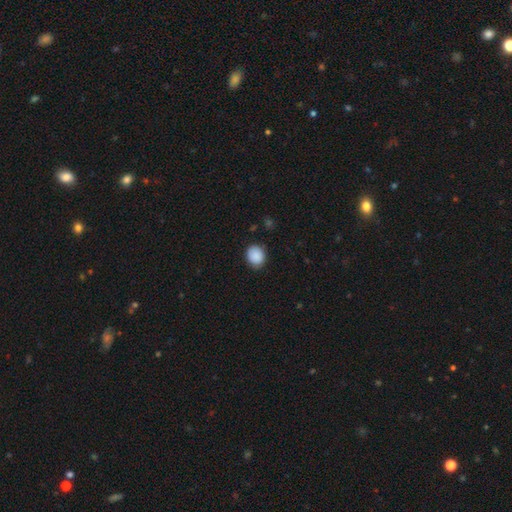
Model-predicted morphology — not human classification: A smooth galaxy with no disk features (89%) that is round (63%). Merging: none (85%).